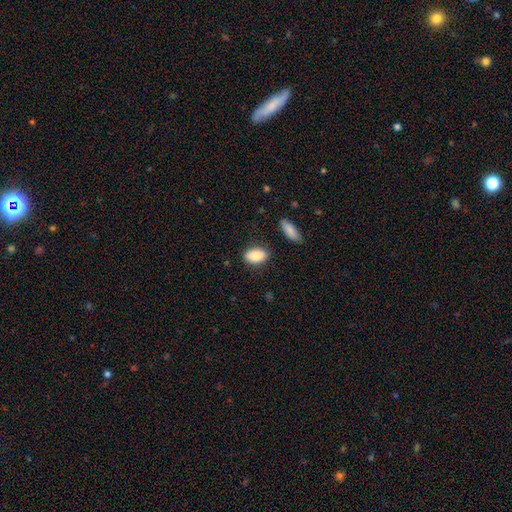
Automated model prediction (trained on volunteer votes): smooth-or-featured: smooth: 88% | star or artifact: 7% | featured or disk: 5%
  how-rounded: in between: 90% | round: 7% | cigar-shaped: 3%
  merging: none: 82% | minor disturbance: 12% | major disturbance: 3% | merger: 3%